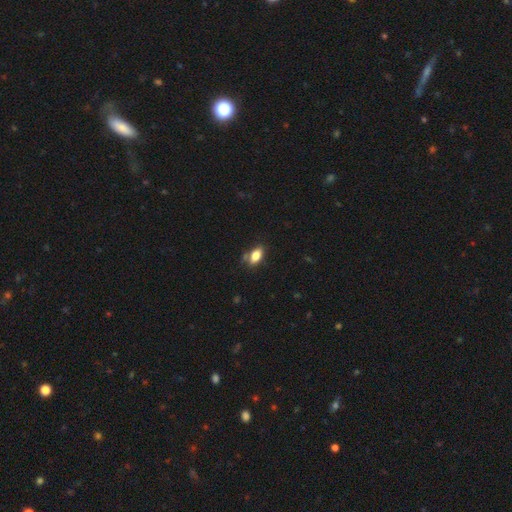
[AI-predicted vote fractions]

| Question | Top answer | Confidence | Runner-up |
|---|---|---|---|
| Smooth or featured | smooth | 81% | featured or disk (11%) |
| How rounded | in between | 88% | round (6%) |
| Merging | none | 72% | minor disturbance (19%) |